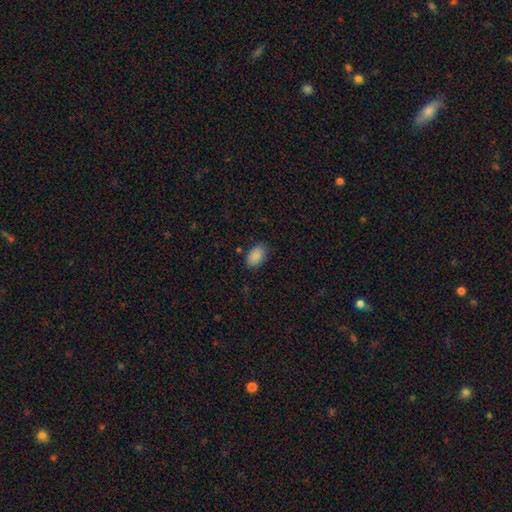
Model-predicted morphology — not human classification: This is clearly a smooth galaxy (88%). How rounded: clearly in between (91%). Merging: clearly none (81%).